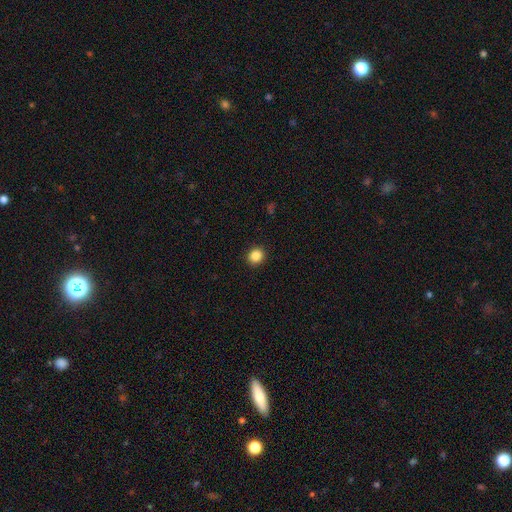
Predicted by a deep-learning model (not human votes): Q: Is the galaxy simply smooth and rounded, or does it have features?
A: smooth — 86%.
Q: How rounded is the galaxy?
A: round — 85%.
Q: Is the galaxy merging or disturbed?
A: none — 92%.